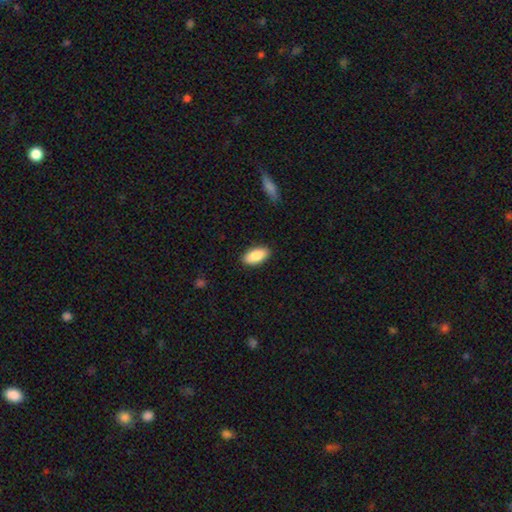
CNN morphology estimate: Overall: smooth (87%). How rounded: in between (90%). Merging: none (88%).